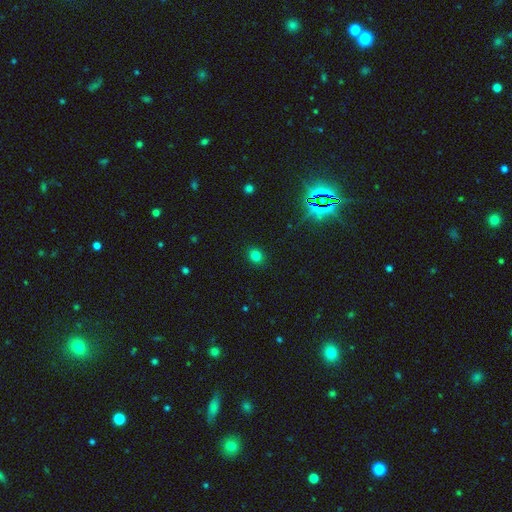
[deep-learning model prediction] Smooth or featured? Predicted: smooth (p=0.79). How rounded? Predicted: round (p=0.68). Merging? Predicted: none (p=0.90).